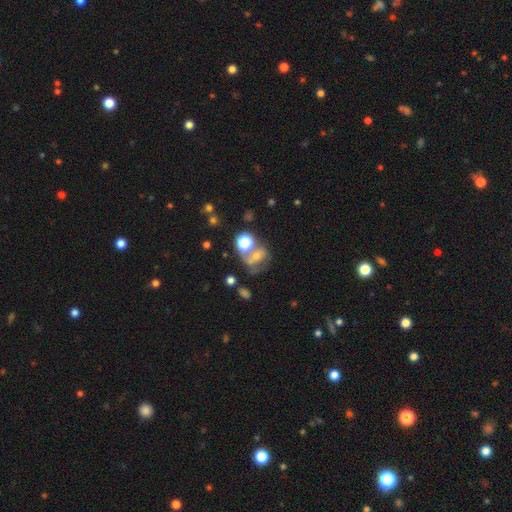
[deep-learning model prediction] smooth 42%, featured or disk 33%, star or artifact 25%. Down the decision tree: merging — none (36%).